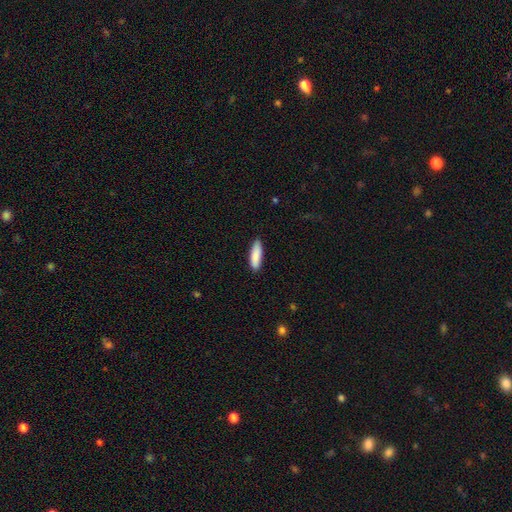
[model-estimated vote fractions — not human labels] The model was most divided on "how rounded": cigar-shaped: 56%, in between: 42%, round: 2%. More confident: smooth or featured — smooth (88%); merging — none (87%).